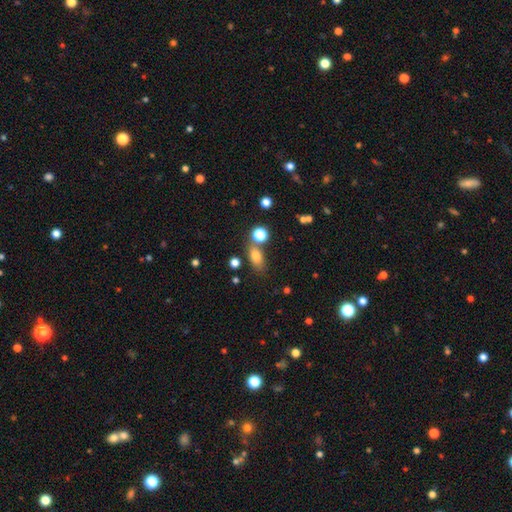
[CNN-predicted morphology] Q: Smooth or featured?
A: smooth (77%); runner-up: star or artifact (13%)
Q: How rounded?
A: in between (75%); runner-up: round (16%)
Q: Merging?
A: none (66%); runner-up: merger (14%)